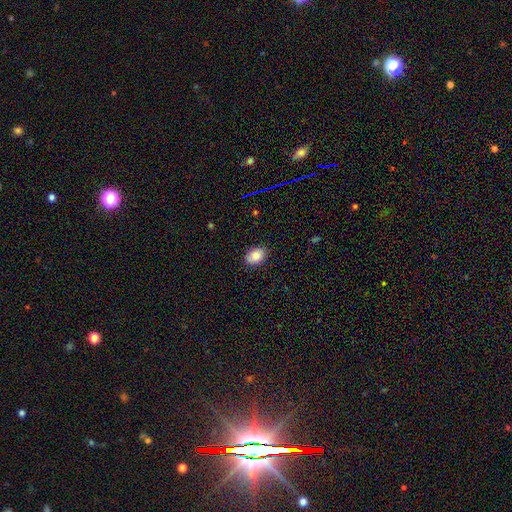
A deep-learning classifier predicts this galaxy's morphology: The model was most divided on "how rounded": in between: 80%, round: 19%, cigar-shaped: 1%. More confident: merging — none (87%); smooth or featured — smooth (84%).